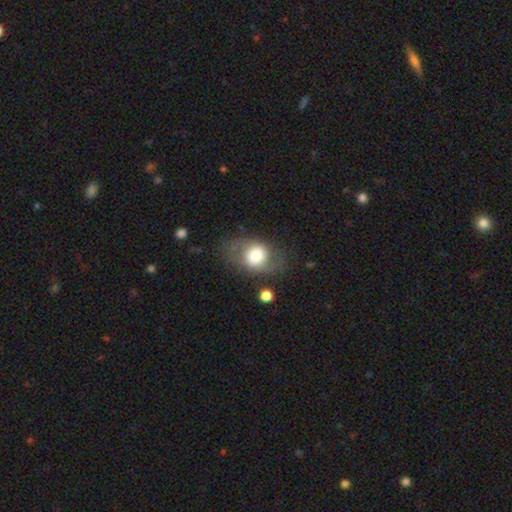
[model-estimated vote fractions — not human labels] smooth-or-featured: smooth: 60% | featured or disk: 32% | star or artifact: 8%
  how-rounded: in between: 56% | round: 43% | cigar-shaped: 1%
  merging: none: 66% | minor disturbance: 18% | major disturbance: 13% | merger: 3%